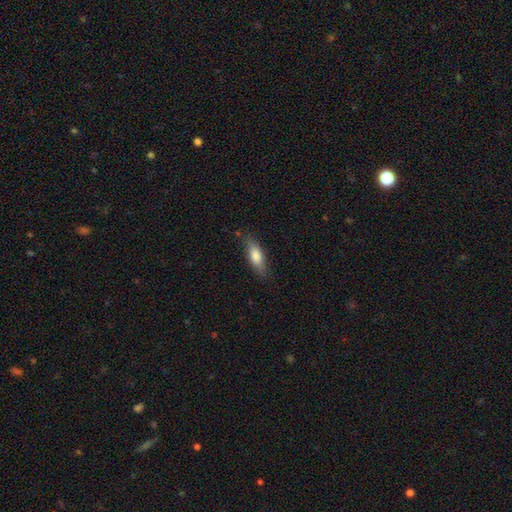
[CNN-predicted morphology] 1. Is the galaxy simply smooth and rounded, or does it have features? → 76% smooth, 18% featured or disk, 6% star or artifact.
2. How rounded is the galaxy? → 59% in between, 38% cigar-shaped, 2% round.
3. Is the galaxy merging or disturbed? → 79% none, 16% minor disturbance, 3% major disturbance, 2% merger.